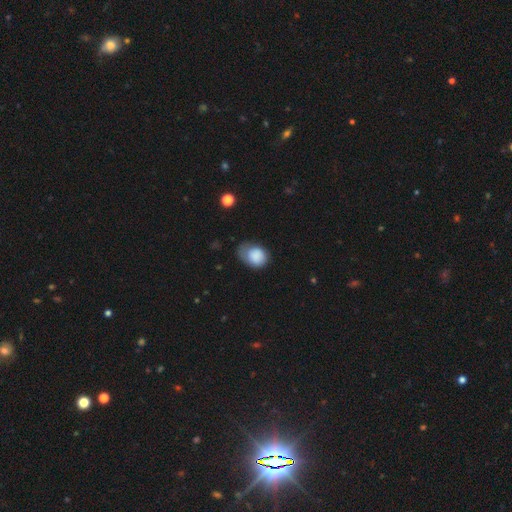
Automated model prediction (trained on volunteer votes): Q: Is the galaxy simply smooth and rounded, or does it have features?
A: smooth — 83%.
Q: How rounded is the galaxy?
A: in between — 59%.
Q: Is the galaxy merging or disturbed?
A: minor disturbance — 40%.